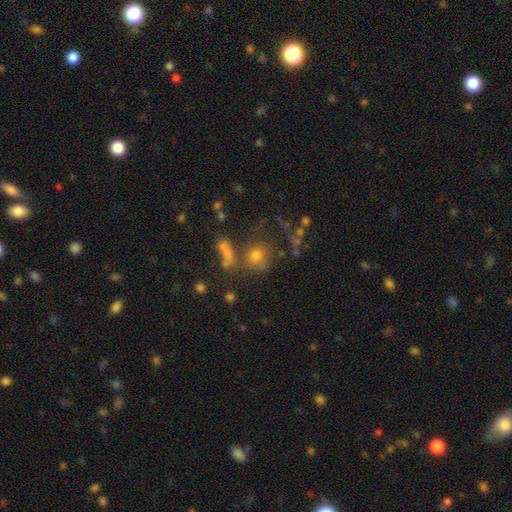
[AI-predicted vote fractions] Morphology: type=smooth (63%); roundness=round (73%); merging=none (52%).